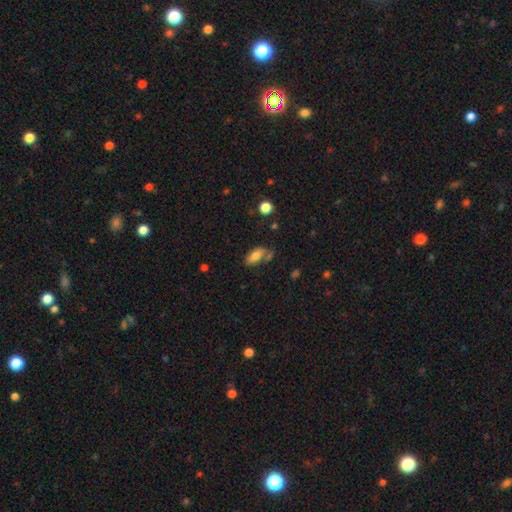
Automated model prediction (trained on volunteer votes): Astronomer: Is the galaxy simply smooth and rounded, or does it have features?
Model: smooth — 77%.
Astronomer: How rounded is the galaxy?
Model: in between — 86%.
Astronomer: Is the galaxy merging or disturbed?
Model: none — 57%.